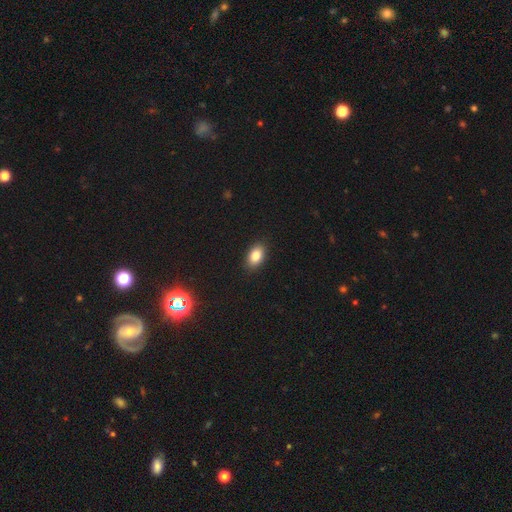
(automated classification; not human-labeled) The model was most divided on "smooth or featured": smooth: 84%, star or artifact: 9%, featured or disk: 7%. More confident: merging — none (89%); how rounded — in between (88%).